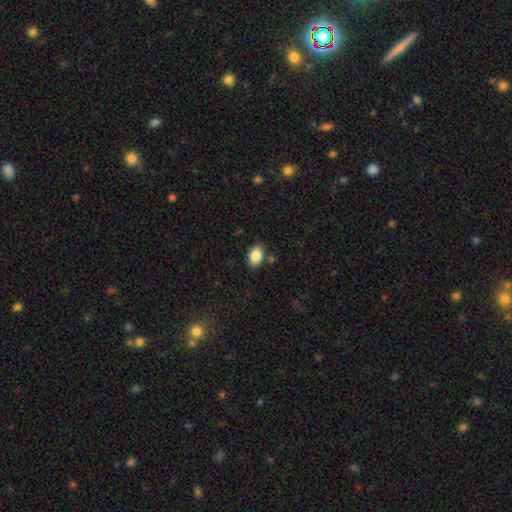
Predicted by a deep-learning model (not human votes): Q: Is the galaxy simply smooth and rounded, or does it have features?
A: smooth — 86%.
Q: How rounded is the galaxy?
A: in between — 85%.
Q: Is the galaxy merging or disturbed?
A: none — 82%.